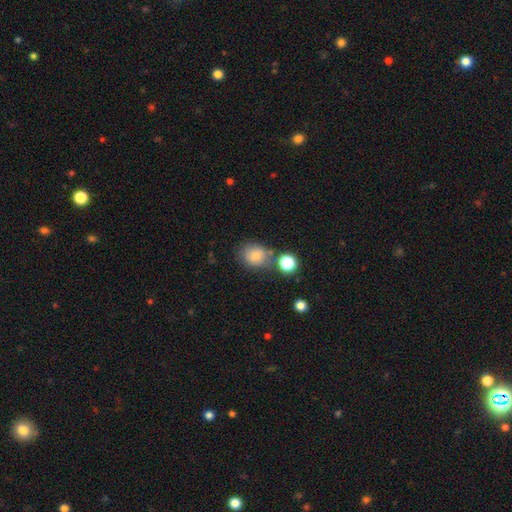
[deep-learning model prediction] smooth_or_featured: smooth (p=0.78) [alt: star or artifact p=0.13]
how_rounded: round (p=0.66) [alt: in between p=0.33]
merging: none (p=0.68) [alt: minor disturbance p=0.15]